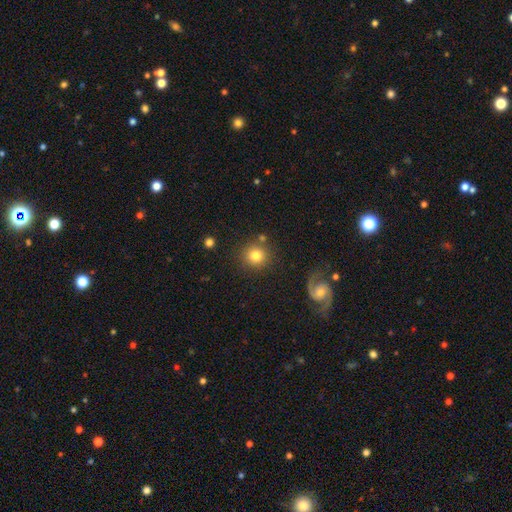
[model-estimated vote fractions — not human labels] A smooth galaxy with no disk features (81%) that is round (92%).

Vote fractions:
- Smooth or featured? smooth: 81% / star or artifact: 10% / featured or disk: 9%
- How rounded? round: 92% / in between: 7% / cigar-shaped: 1%
- Merging? none: 82% / minor disturbance: 8% / merger: 6% / major disturbance: 4%